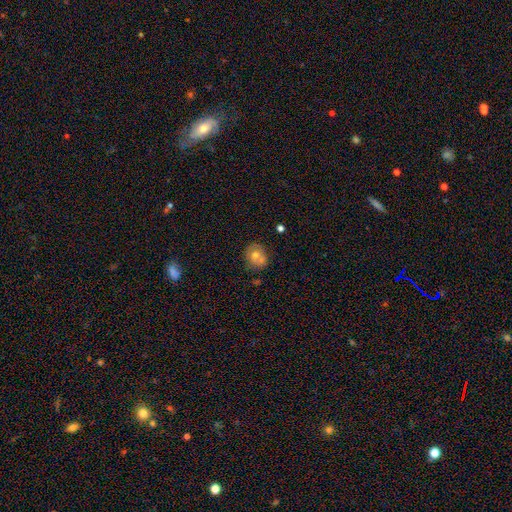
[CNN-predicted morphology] A smooth galaxy with no disk features (57%) that is round (76%). Merging: none (76%).